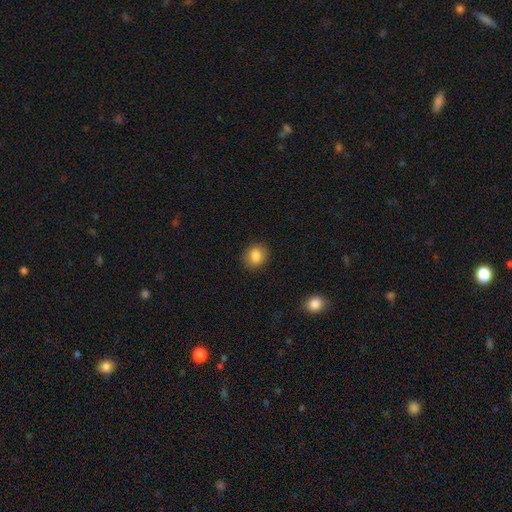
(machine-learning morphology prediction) Smooth or featured?
  - smooth: 83% *
  - star or artifact: 9%
  - featured or disk: 7%
How rounded?
  - round: 57% *
  - in between: 42%
  - cigar-shaped: 1%
Merging?
  - none: 87% *
  - minor disturbance: 9%
  - major disturbance: 3%
  - merger: 1%